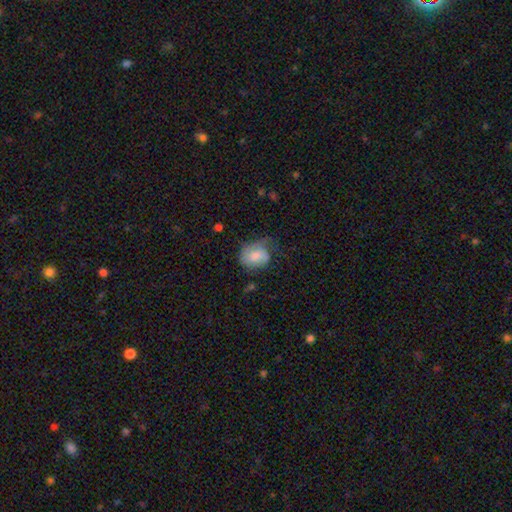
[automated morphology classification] Smooth or featured? Predicted: smooth (p=0.62). How rounded? Predicted: in between (p=0.59). Merging? Predicted: minor disturbance (p=0.34, tied with none).